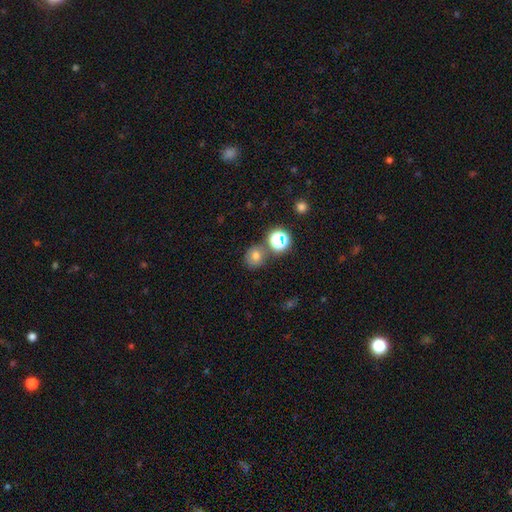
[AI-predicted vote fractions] Q: Smooth or featured?
A: smooth (68%); runner-up: star or artifact (21%)
Q: How rounded?
A: round (80%); runner-up: in between (19%)
Q: Merging?
A: none (68%); runner-up: merger (16%)